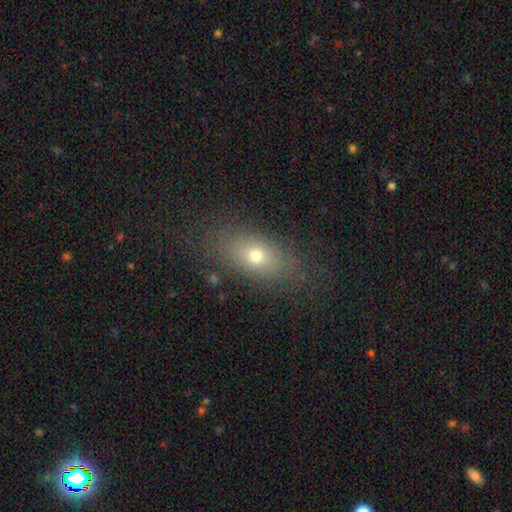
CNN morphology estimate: smooth_or_featured: smooth (p=0.69) [alt: featured or disk p=0.17]
how_rounded: in between (p=0.77) [alt: round p=0.17]
merging: none (p=0.80) [alt: minor disturbance p=0.12]